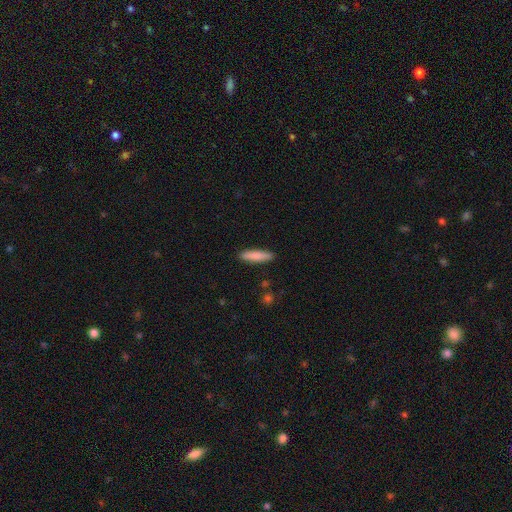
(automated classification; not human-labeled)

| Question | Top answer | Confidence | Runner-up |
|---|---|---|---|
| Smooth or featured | smooth | 84% | featured or disk (10%) |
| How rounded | cigar-shaped | 79% | in between (20%) |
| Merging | none | 90% | minor disturbance (8%) |